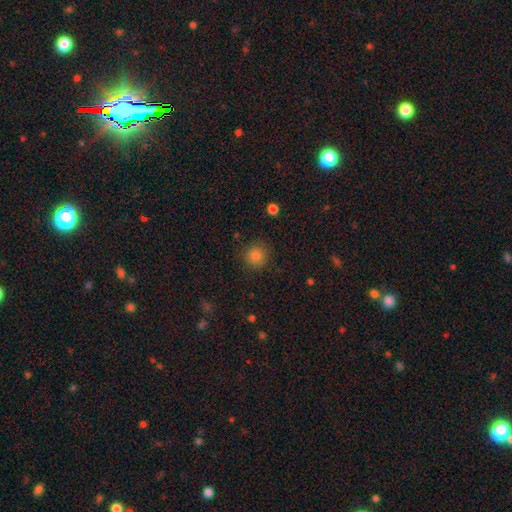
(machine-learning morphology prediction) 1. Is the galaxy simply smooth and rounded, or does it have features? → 82% smooth, 13% star or artifact, 6% featured or disk.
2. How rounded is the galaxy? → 93% round, 6% in between, 1% cigar-shaped.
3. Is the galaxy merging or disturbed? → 89% none, 8% minor disturbance, 2% major disturbance, 1% merger.